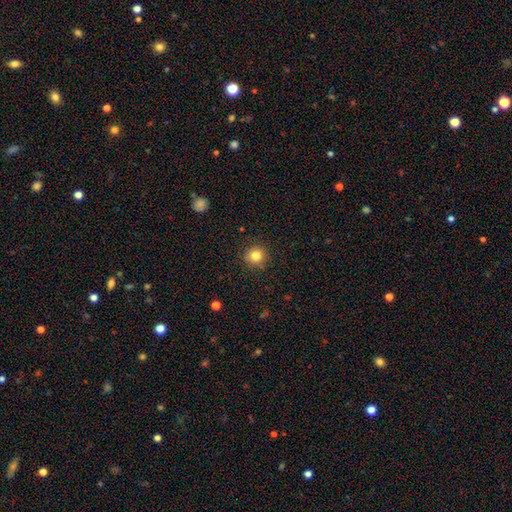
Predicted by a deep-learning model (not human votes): Smooth or featured: smooth — 82% (star or artifact — 11%)
How rounded: round — 92% (in between — 7%)
Merging: none — 90% (minor disturbance — 7%)